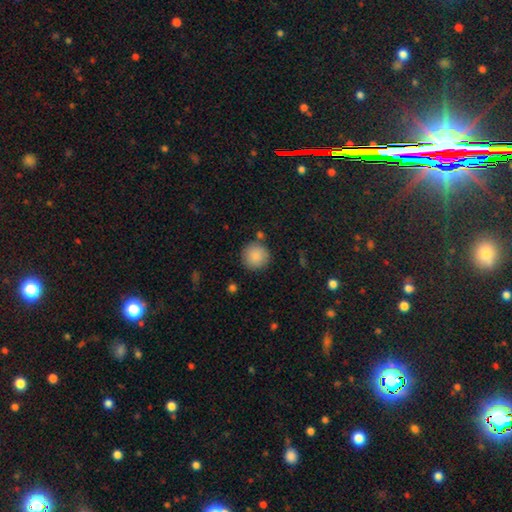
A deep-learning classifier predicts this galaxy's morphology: Smooth or featured?
  - smooth: 88% *
  - star or artifact: 7%
  - featured or disk: 5%
How rounded?
  - round: 95% *
  - in between: 4%
  - cigar-shaped: 1%
Merging?
  - none: 85% *
  - minor disturbance: 9%
  - merger: 4%
  - major disturbance: 3%